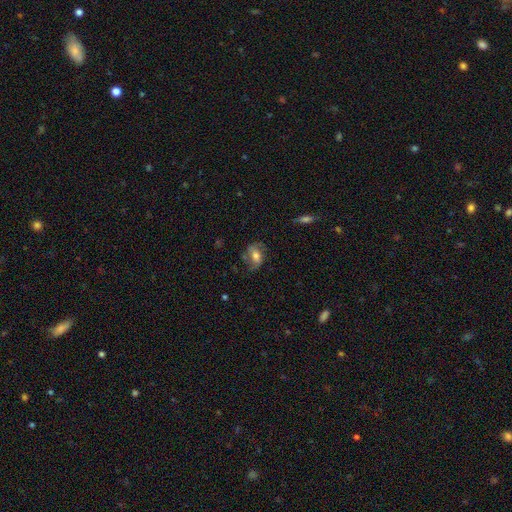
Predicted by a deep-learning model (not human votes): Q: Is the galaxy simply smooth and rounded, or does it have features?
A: featured or disk — 50%.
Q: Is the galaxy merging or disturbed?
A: none — 59%.